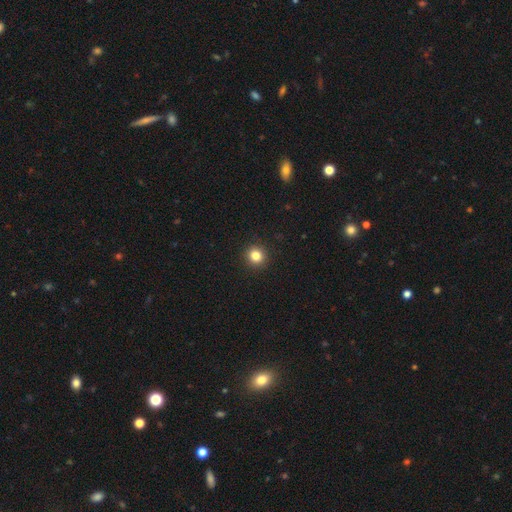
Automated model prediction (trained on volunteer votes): The model was most divided on "smooth or featured": smooth: 83%, star or artifact: 12%, featured or disk: 5%. More confident: merging — none (93%); how rounded — round (92%).